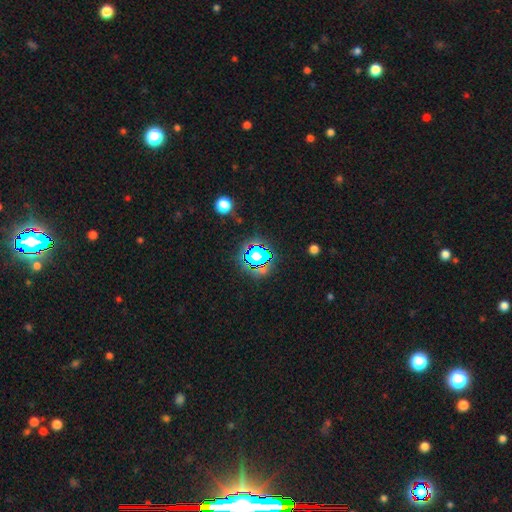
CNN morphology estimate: Overall: star or artifact (57%; smooth 30%).